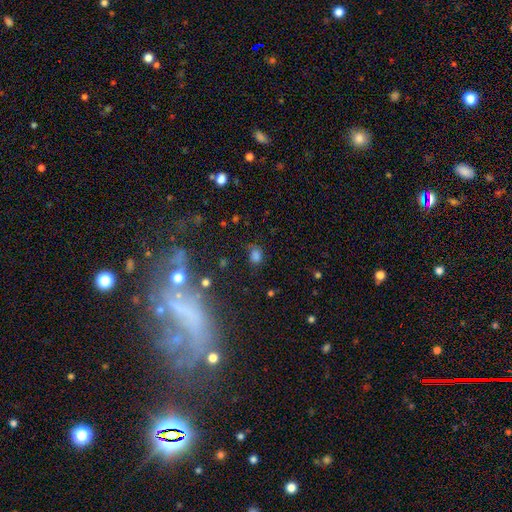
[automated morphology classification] A smooth galaxy with no disk features (71%) that is in between round and cigar-shaped (59%). Merging: none (59%).